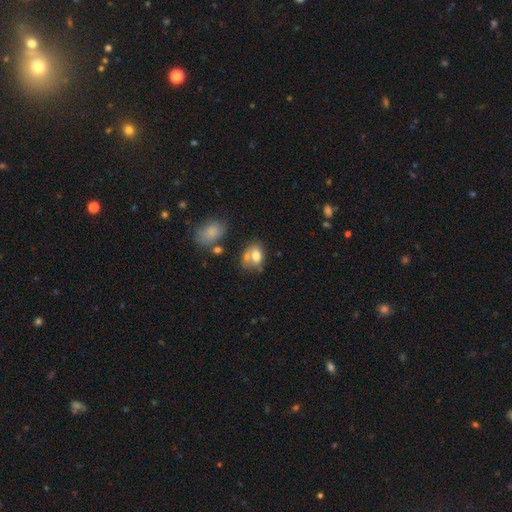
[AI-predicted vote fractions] A smooth galaxy with no disk features (74%) that is in between round and cigar-shaped (76%).

Vote fractions:
- Smooth or featured? smooth: 74% / featured or disk: 16% / star or artifact: 9%
- How rounded? in between: 76% / round: 23% / cigar-shaped: 1%
- Merging? none: 39% / merger: 33% / minor disturbance: 19% / major disturbance: 9%